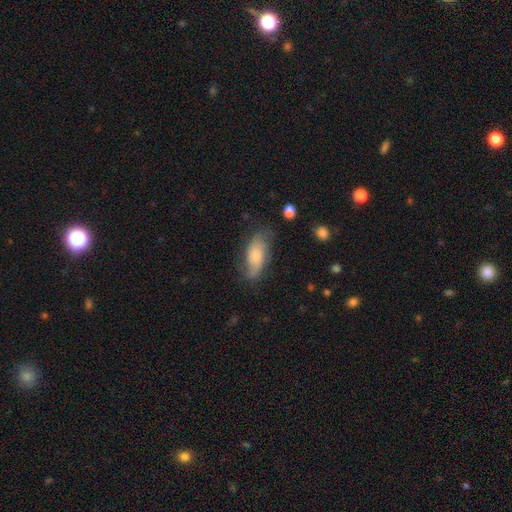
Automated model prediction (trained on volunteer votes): Morphology: type=smooth (56%); roundness=in between (83%); merging=none (62%).